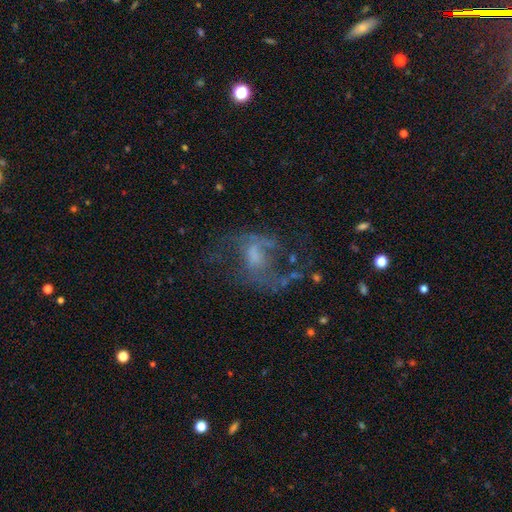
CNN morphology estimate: type=featured or disk (66%); edge-on=no (97%); bar=no (57%); spiral arms=yes (62%); bulge=moderate (34%); merging=none (44%).